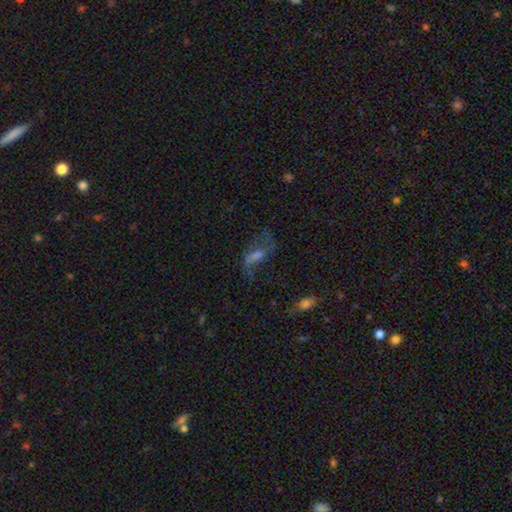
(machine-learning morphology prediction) featured or disk 58%, smooth 25%, star or artifact 18%. Down the decision tree: edge-on disk — no (90%); bar — weak (43%); spiral arms — yes (72%); bulge size — moderate (33%); merging — none (49%).